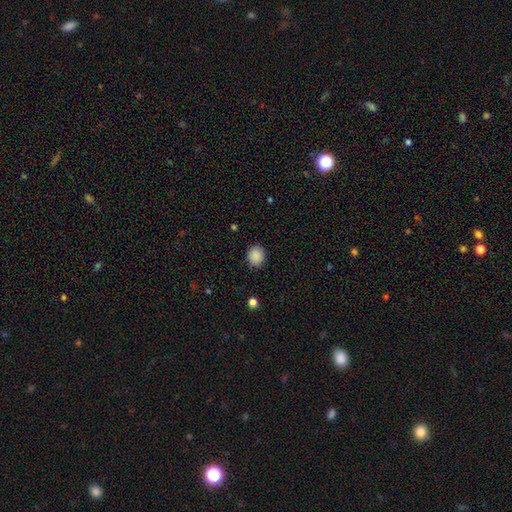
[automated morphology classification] Smooth or featured?
  - smooth: 89% *
  - star or artifact: 9%
  - featured or disk: 3%
How rounded?
  - round: 78% *
  - in between: 21%
  - cigar-shaped: 1%
Merging?
  - none: 89% *
  - minor disturbance: 8%
  - major disturbance: 2%
  - merger: 1%